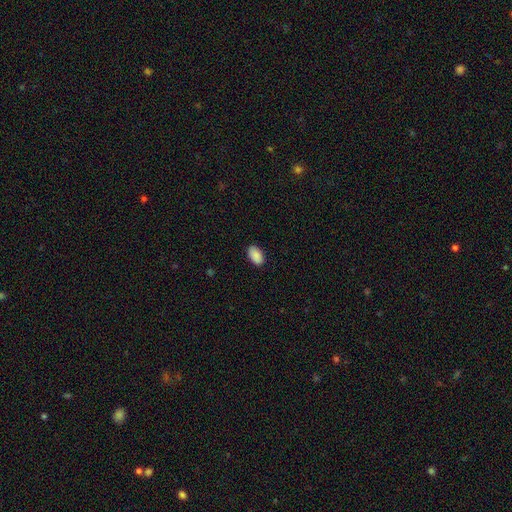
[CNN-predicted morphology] The model was most divided on "merging": none: 87%, minor disturbance: 10%, major disturbance: 2%, merger: 1%. More confident: how rounded — in between (94%); smooth or featured — smooth (90%).